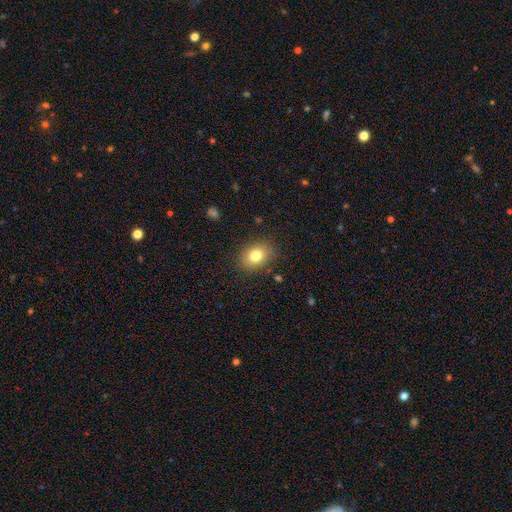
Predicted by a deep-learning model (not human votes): Morphology: type=smooth (79%); roundness=in between (63%); merging=none (85%).